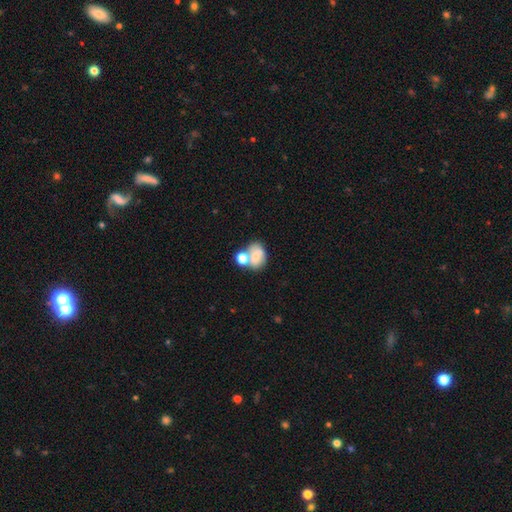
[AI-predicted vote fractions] Overall: smooth (66%). How rounded: in between (60%; round 38%). Merging: merger (48%; none 31%).